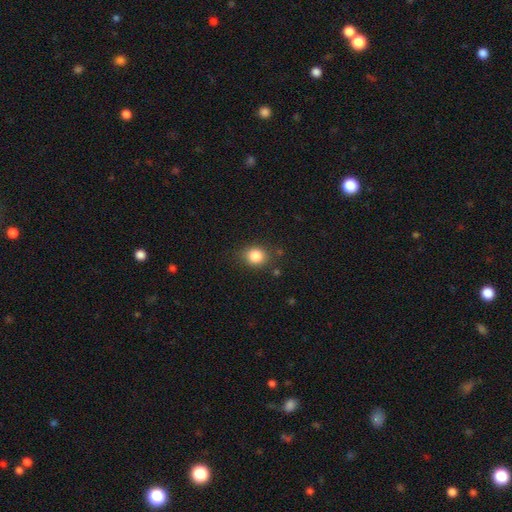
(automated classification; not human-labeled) The model was most divided on "how rounded": round: 67%, in between: 32%, cigar-shaped: 1%. More confident: smooth or featured — smooth (85%); merging — none (80%).